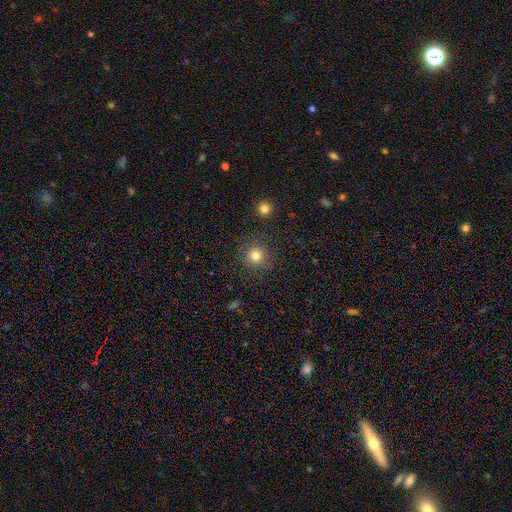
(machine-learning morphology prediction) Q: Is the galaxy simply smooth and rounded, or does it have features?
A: smooth — 81%.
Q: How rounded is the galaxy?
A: round — 94%.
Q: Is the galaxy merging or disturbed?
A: none — 87%.